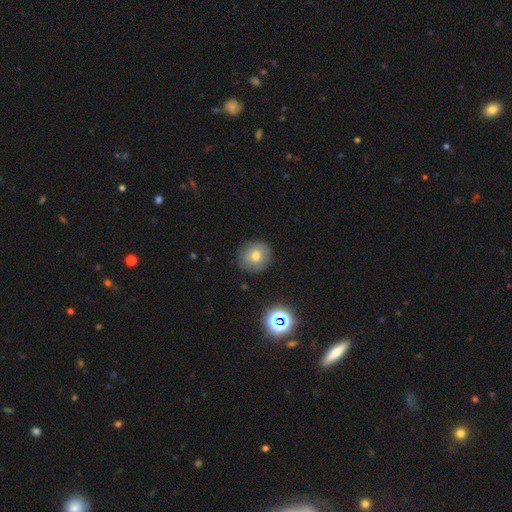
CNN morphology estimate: Overall: smooth (64%). How rounded: round (86%). Merging: none (80%).